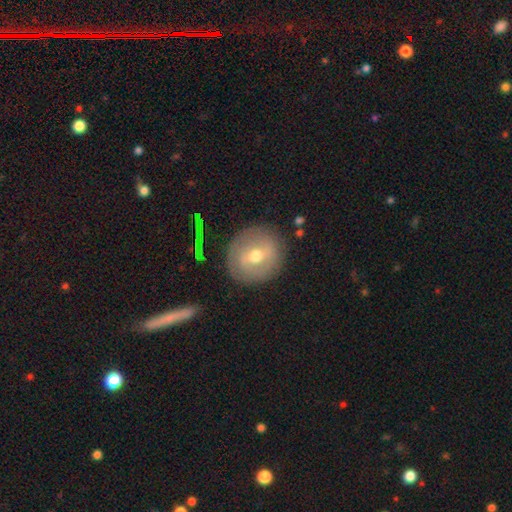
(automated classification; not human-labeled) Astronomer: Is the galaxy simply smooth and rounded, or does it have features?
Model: smooth — 47% (runner-up: featured or disk, 45%).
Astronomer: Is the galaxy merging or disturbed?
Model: none — 84%.